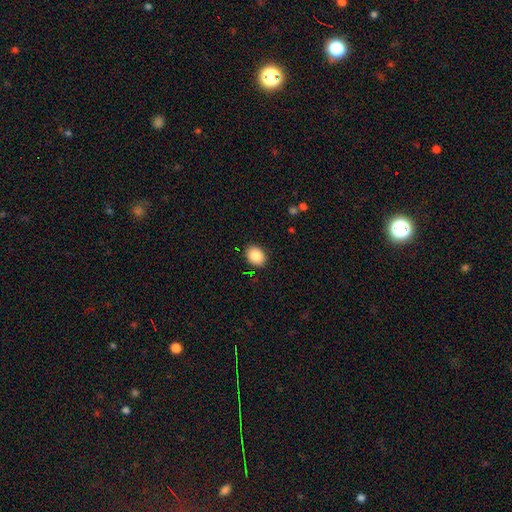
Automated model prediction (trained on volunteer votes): Overall: smooth (87%). How rounded: in between (55%; round 45%). Merging: none (89%).